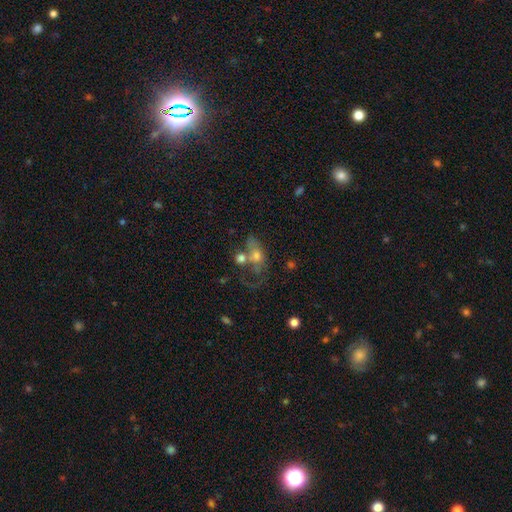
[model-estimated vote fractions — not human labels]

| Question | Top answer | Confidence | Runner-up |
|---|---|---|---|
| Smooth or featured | smooth | 43% | featured or disk (42%) |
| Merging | merger | 39% | major disturbance (26%) |